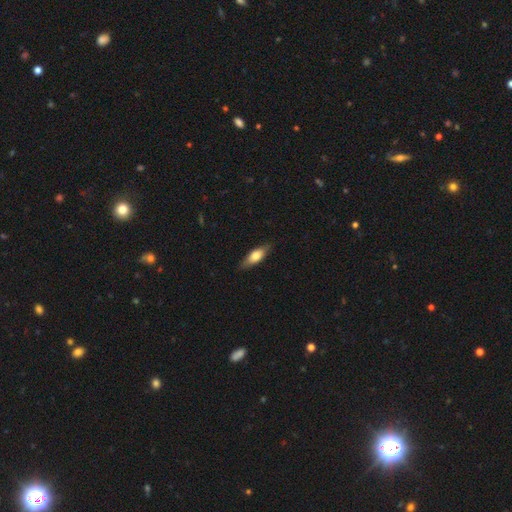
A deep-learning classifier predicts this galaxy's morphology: smooth-or-featured: smooth: 66% | featured or disk: 29% | star or artifact: 6%
  how-rounded: in between: 63% | cigar-shaped: 35% | round: 3%
  merging: none: 84% | minor disturbance: 13% | major disturbance: 2% | merger: 1%